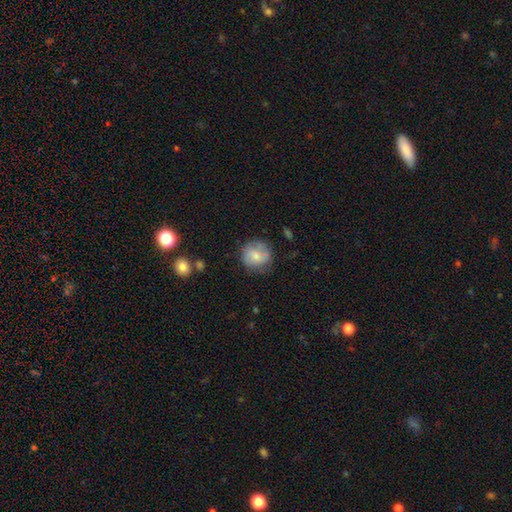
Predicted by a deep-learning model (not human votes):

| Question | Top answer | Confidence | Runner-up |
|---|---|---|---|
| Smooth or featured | smooth | 69% | featured or disk (23%) |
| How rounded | round | 85% | in between (14%) |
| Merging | none | 67% | minor disturbance (22%) |